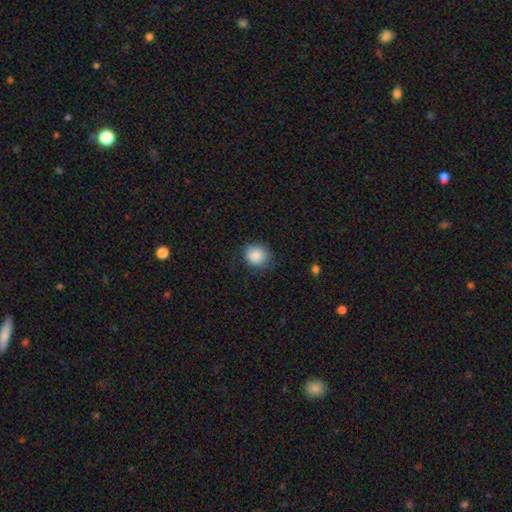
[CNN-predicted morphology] smooth-or-featured: smooth: 87% | star or artifact: 8% | featured or disk: 4%
  how-rounded: round: 67% | in between: 32% | cigar-shaped: 1%
  merging: none: 76% | minor disturbance: 18% | major disturbance: 4% | merger: 1%